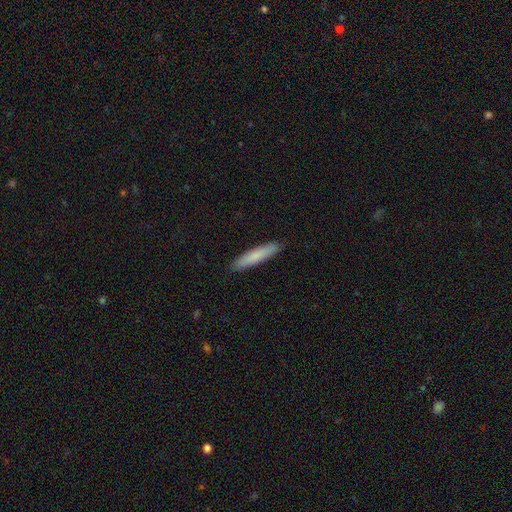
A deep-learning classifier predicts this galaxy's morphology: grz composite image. It shows a smooth galaxy with no disk features (81%) that is cigar-shaped (90%). Merging: none (91%).